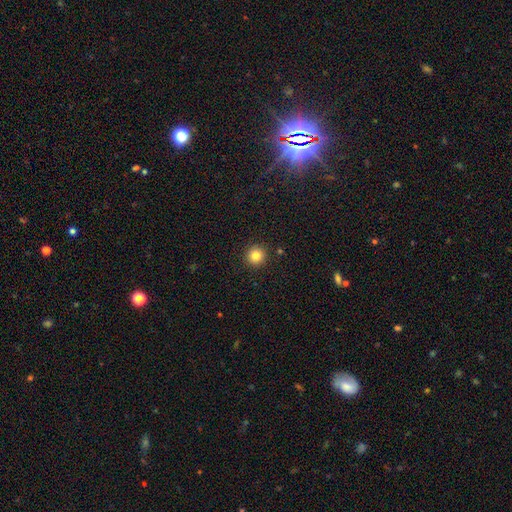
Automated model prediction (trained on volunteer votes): A smooth galaxy with no disk features (83%) that is round (95%).

Vote fractions:
- Smooth or featured? smooth: 83% / star or artifact: 11% / featured or disk: 6%
- How rounded? round: 95% / in between: 4% / cigar-shaped: 1%
- Merging? none: 92% / minor disturbance: 5% / major disturbance: 2% / merger: 1%